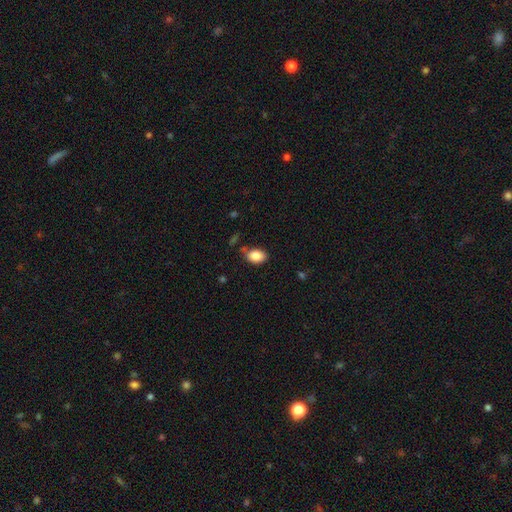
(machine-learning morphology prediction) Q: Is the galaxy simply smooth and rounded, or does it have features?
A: smooth — 87%.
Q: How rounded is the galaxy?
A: in between — 86%.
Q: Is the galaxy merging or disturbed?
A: none — 76%.